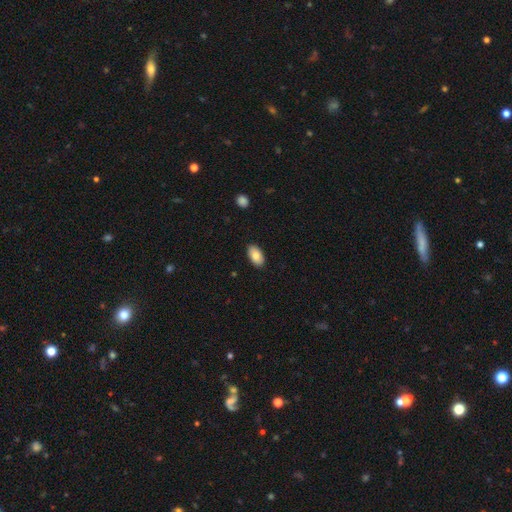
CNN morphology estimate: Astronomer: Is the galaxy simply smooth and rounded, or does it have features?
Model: smooth — 81%.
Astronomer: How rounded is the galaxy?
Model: in between — 95%.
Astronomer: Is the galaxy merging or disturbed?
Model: none — 88%.